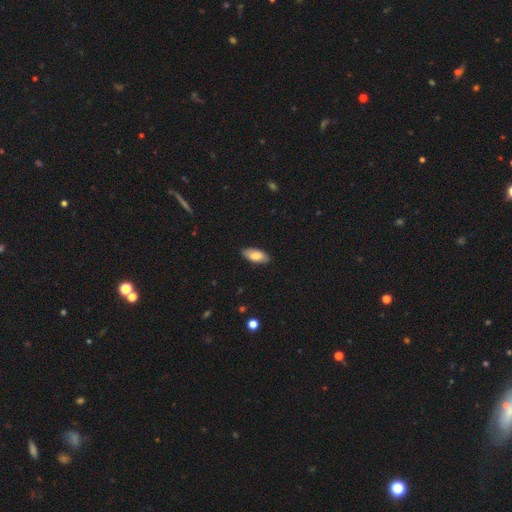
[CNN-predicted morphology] Smooth or featured? smooth (80%)
How rounded? in between (91%)
Merging? none (88%)